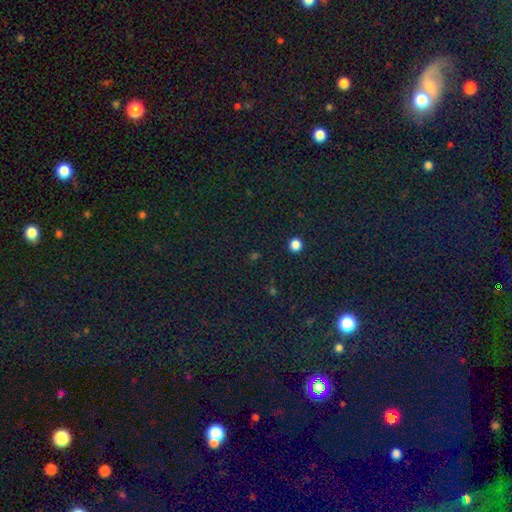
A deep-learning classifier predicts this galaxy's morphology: type=star or artifact (73%).